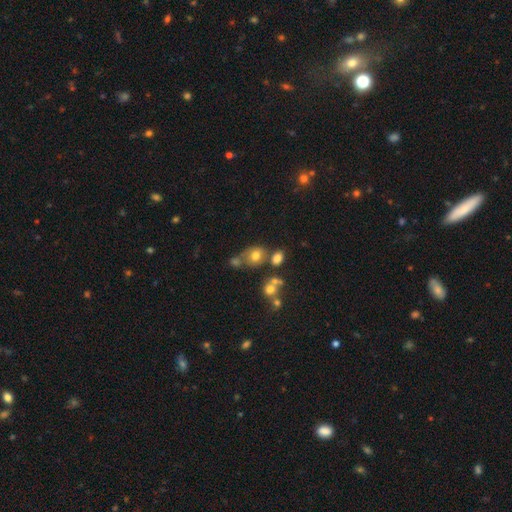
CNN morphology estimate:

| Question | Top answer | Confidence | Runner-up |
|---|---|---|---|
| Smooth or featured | smooth | 71% | featured or disk (15%) |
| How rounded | round | 53% | in between (46%) |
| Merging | none | 49% | merger (27%) |